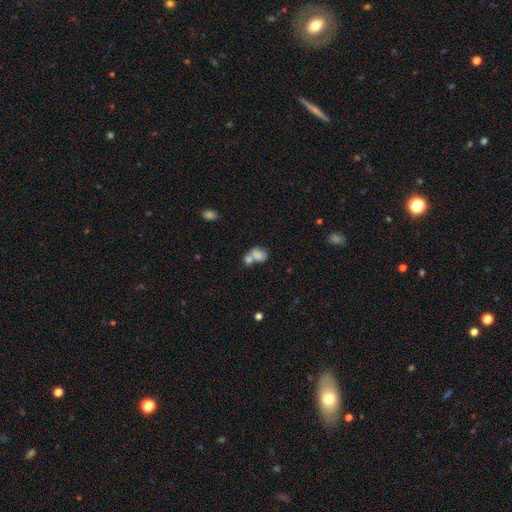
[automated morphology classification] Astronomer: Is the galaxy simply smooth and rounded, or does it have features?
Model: smooth — 76%.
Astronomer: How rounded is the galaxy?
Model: in between — 71%.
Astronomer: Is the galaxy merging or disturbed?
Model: merger — 63%.